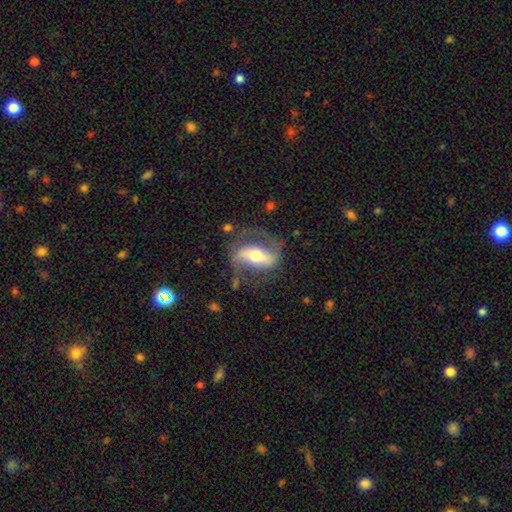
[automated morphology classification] A featured or disk galaxy (81%) with a strong bar (59%), 2 (89%) medium (43%) spiral arms (88%) and a moderate central bulge (63%). Merging: none (66%).